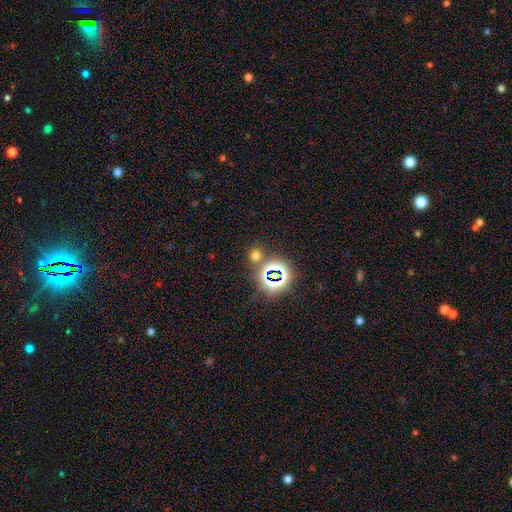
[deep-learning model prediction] This appears to be a smooth galaxy with no disk features (56%) that is round (83%). Merging: none (78%).